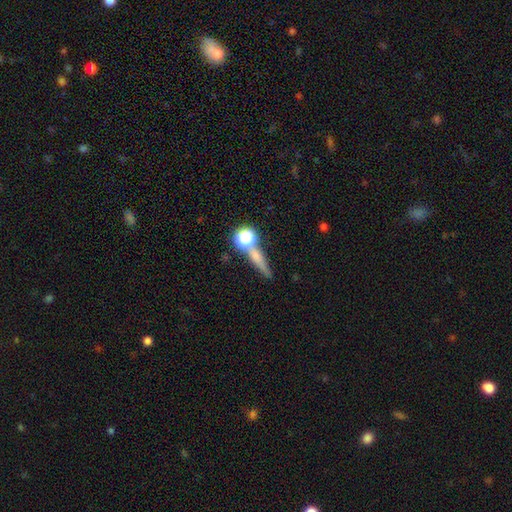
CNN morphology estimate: Smooth or featured: smooth — 53% (featured or disk — 27%)
How rounded: cigar-shaped — 56% (round — 27%)
Merging: none — 60% (merger — 21%)